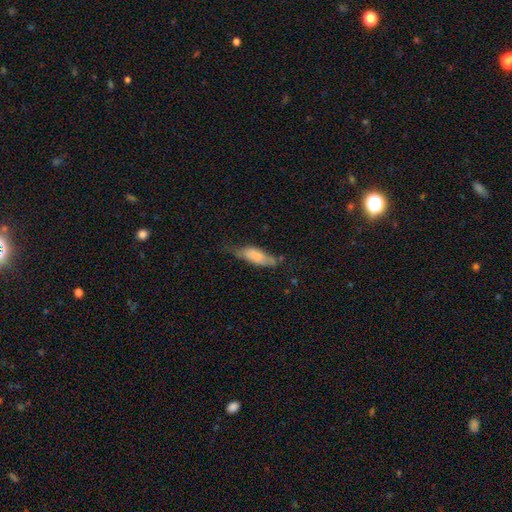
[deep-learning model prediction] The model was most divided on "merging": none: 39%, minor disturbance: 38%, major disturbance: 19%, merger: 4%. More confident: smooth or featured — smooth (72%); how rounded — in between (60%).